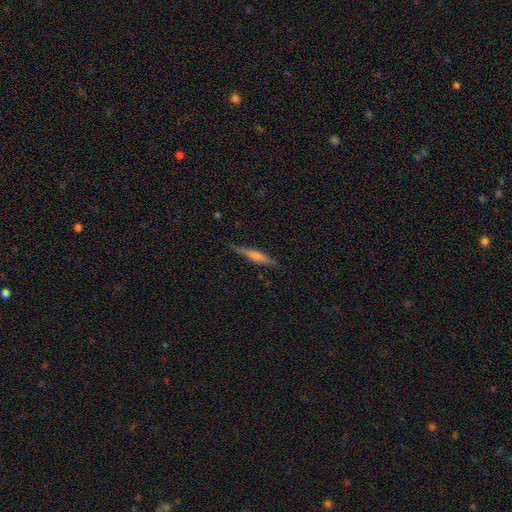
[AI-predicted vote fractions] This is possibly a featured or disk galaxy (57%). It is clearly viewed edge-on (97%). Edge-on bulge: likely rounded (64%). Merging: clearly none (86%).